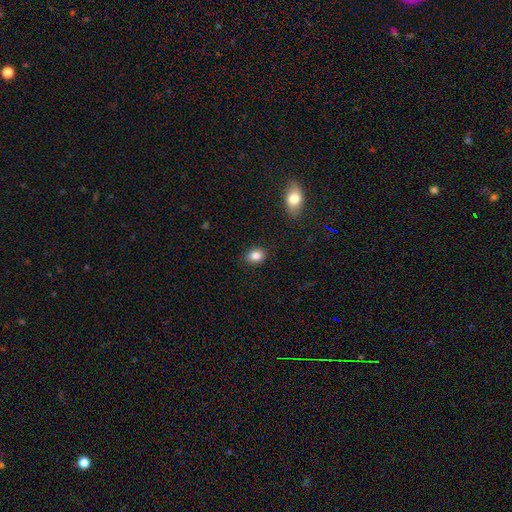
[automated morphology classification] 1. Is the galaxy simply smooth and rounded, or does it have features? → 85% smooth, 10% star or artifact, 5% featured or disk.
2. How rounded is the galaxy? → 56% in between, 43% round, 1% cigar-shaped.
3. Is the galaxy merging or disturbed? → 87% none, 9% minor disturbance, 2% major disturbance, 1% merger.